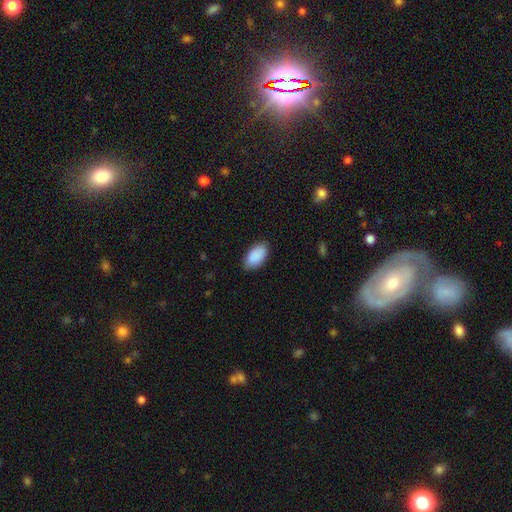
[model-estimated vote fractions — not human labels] smooth 90%, star or artifact 6%, featured or disk 4%. Down the decision tree: how rounded — in between (95%); merging — none (84%).